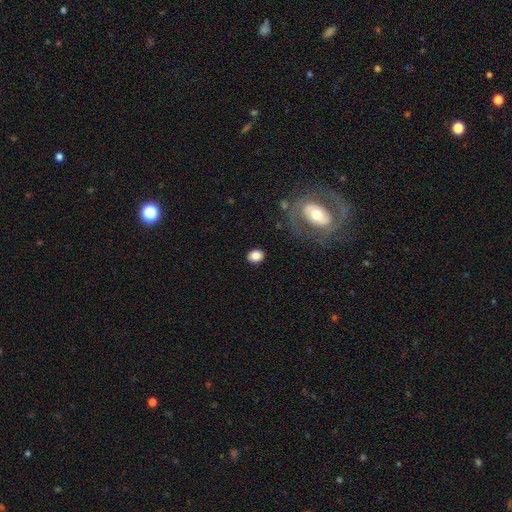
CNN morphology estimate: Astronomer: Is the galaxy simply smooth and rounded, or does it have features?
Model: smooth — 83%.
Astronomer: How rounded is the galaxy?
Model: round — 55% (runner-up: in between, 44%).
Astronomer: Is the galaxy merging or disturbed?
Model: none — 85%.